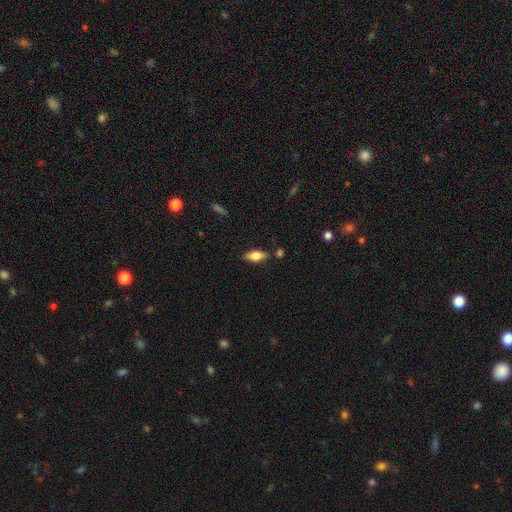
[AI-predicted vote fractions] A smooth galaxy with no disk features (75%) that is in between round and cigar-shaped (82%).

Vote fractions:
- Smooth or featured? smooth: 75% / featured or disk: 18% / star or artifact: 7%
- How rounded? in between: 82% / cigar-shaped: 15% / round: 3%
- Merging? none: 81% / minor disturbance: 12% / merger: 4% / major disturbance: 3%